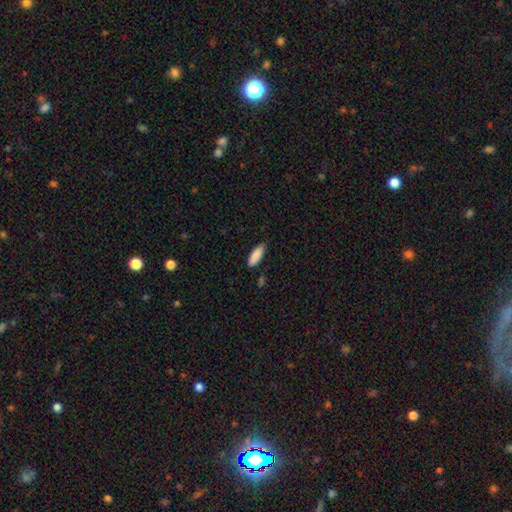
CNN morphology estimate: This appears to be a smooth galaxy with no disk features (89%) that is in between round and cigar-shaped (67%). Merging: none (80%).